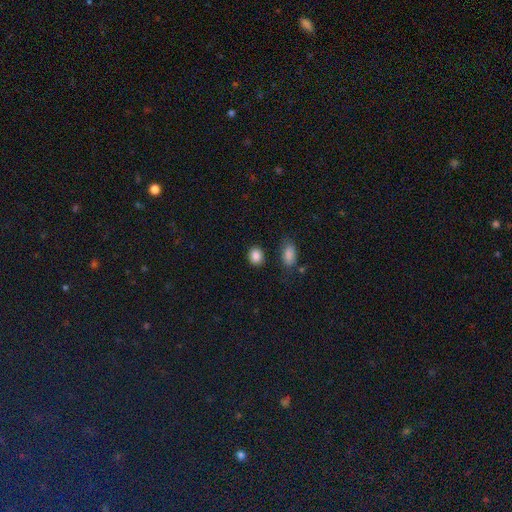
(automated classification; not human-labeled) This is clearly a smooth galaxy (87%). How rounded: possibly round (59%). Merging: clearly none (84%).